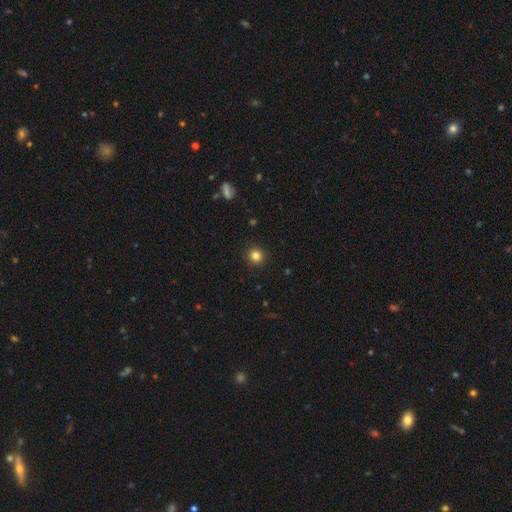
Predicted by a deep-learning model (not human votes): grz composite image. It shows a smooth galaxy with no disk features (83%) that is round (92%). Merging: none (92%).